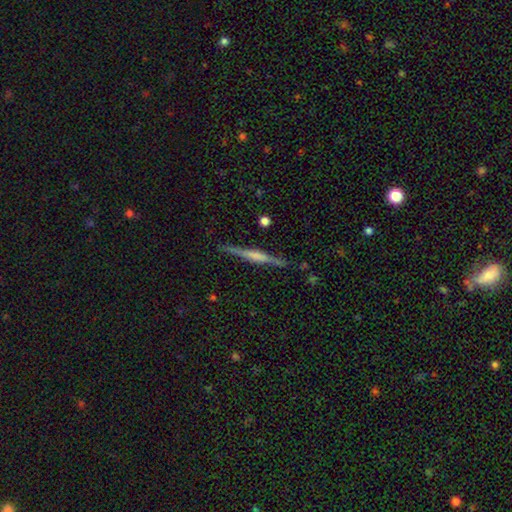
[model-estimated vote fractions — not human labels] smooth-or-featured: featured or disk: 72% | smooth: 22% | star or artifact: 7%
  disk-edge-on: yes: 98% | no: 2%
    edge-on-bulge: rounded: 43% | boxy: 35% | none: 23%
  merging: none: 88% | minor disturbance: 9% | major disturbance: 2% | merger: 1%